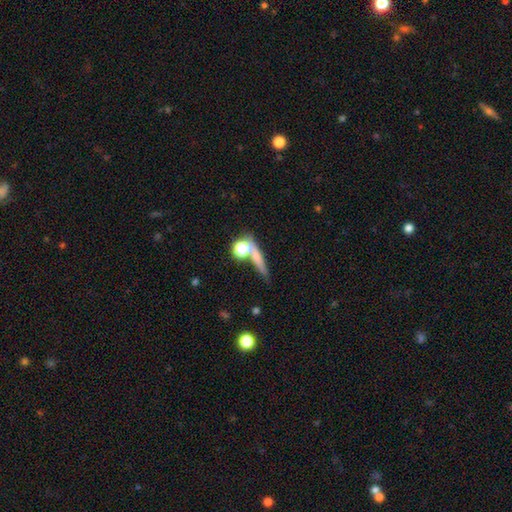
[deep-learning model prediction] Morphology: type=smooth (62%); roundness=cigar-shaped (60%); merging=none (65%).